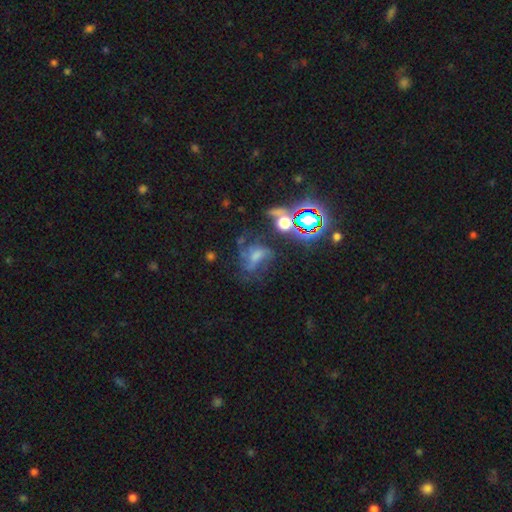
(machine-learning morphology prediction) Smooth or featured? featured or disk (43%)
Merging? none (44%)